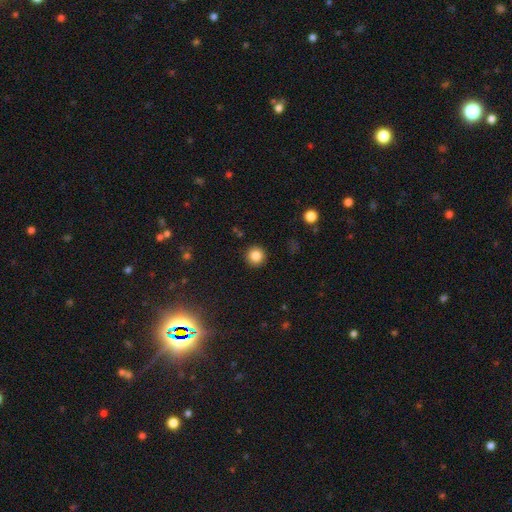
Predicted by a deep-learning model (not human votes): Overall: smooth (84%). How rounded: round (95%). Merging: none (92%).